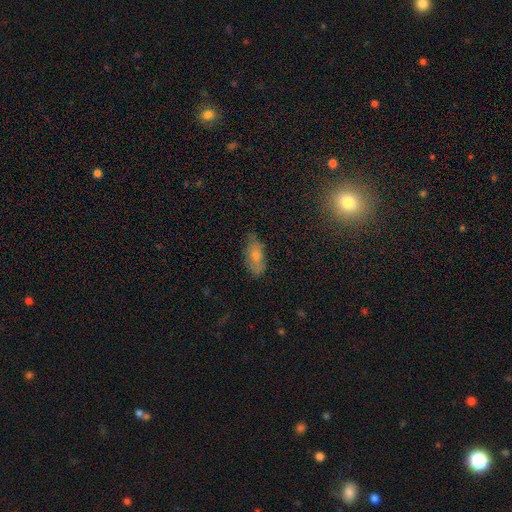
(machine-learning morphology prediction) type=smooth (69%); roundness=in between (87%); merging=none (65%).